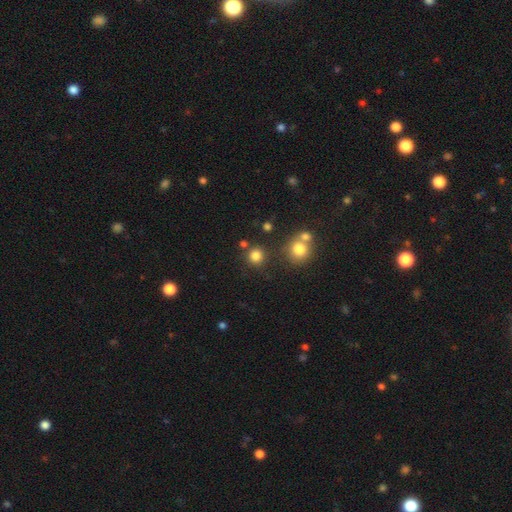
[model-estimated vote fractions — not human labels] Smooth or featured: smooth — 81% (star or artifact — 14%)
How rounded: round — 92% (in between — 7%)
Merging: none — 79% (merger — 9%)